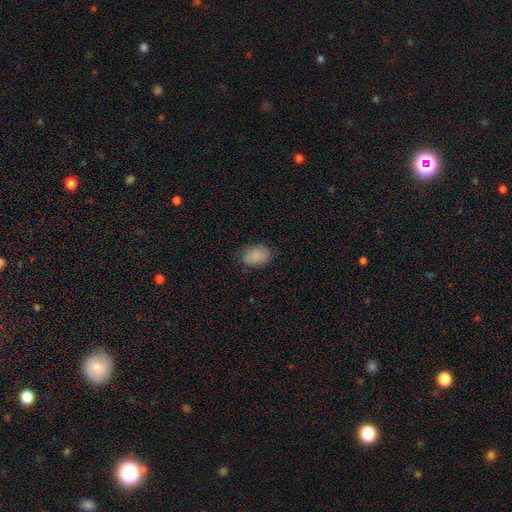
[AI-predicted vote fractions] smooth-or-featured: smooth: 83% | featured or disk: 10% | star or artifact: 7%
  how-rounded: in between: 85% | round: 14% | cigar-shaped: 1%
  merging: none: 73% | minor disturbance: 21% | major disturbance: 5% | merger: 1%